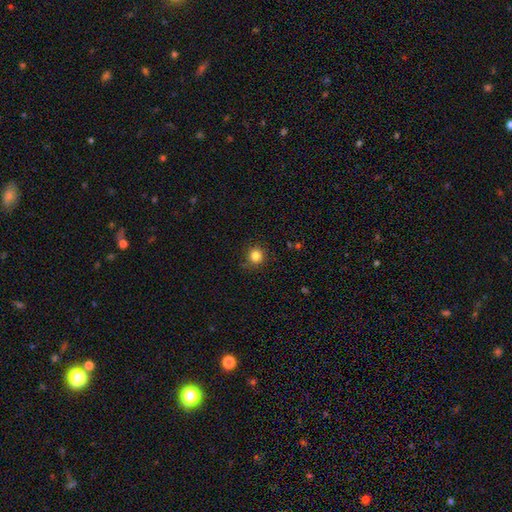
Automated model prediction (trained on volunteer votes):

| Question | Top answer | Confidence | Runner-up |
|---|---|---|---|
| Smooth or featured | smooth | 83% | star or artifact (12%) |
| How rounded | round | 92% | in between (8%) |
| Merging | none | 86% | minor disturbance (10%) |